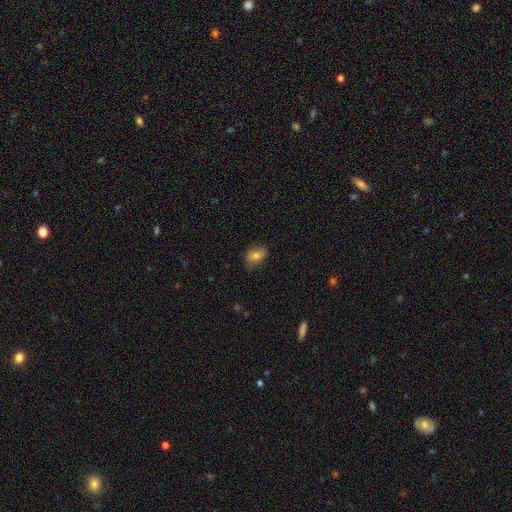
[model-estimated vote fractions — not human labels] The model was most divided on "smooth or featured": smooth: 74%, featured or disk: 16%, star or artifact: 10%. More confident: how rounded — in between (79%); merging — none (78%).